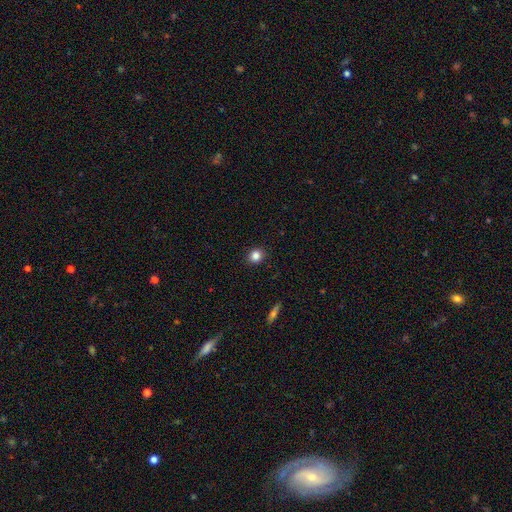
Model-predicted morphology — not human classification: Smooth or featured? Predicted: smooth (p=0.84). How rounded? Predicted: round (p=0.80). Merging? Predicted: none (p=0.90).